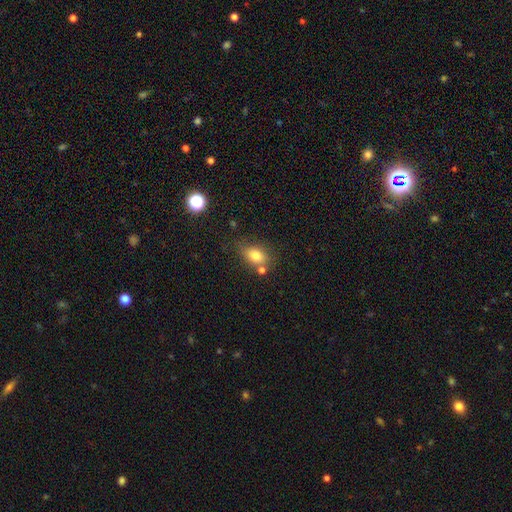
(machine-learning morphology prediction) smooth 78%, featured or disk 11%, star or artifact 11%. Down the decision tree: how rounded — in between (76%); merging — none (61%).